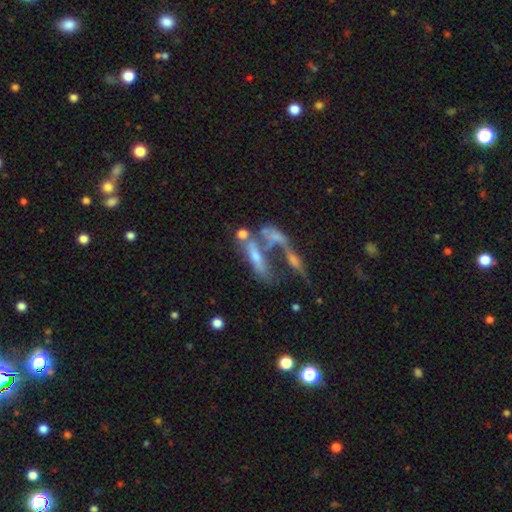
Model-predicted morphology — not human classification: Q: Smooth or featured?
A: featured or disk (55%); runner-up: smooth (31%)
Q: Edge-on disk?
A: no (59%); runner-up: yes (41%)
Q: Merging?
A: merger (53%); runner-up: none (20%)